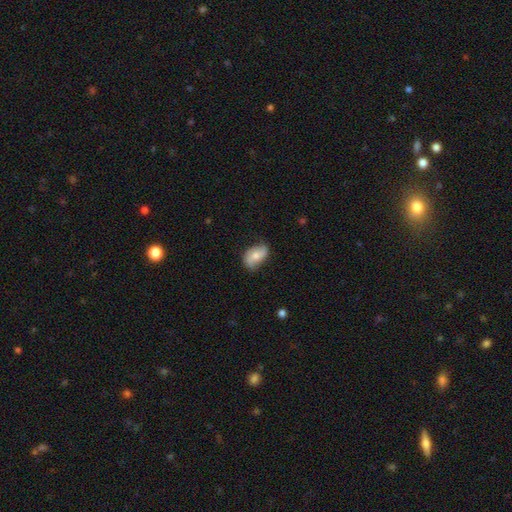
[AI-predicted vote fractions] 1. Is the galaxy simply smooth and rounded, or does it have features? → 60% smooth, 33% featured or disk, 7% star or artifact.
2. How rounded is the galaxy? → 89% in between, 9% round, 2% cigar-shaped.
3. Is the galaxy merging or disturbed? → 65% none, 27% minor disturbance, 6% major disturbance, 1% merger.